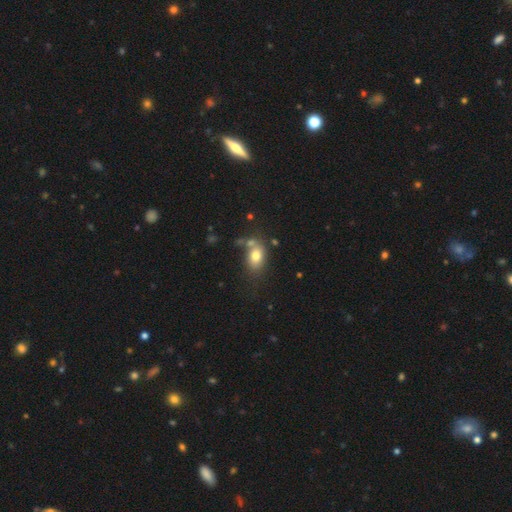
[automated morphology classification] Overall: smooth (76%). How rounded: in between (78%). Merging: none (54%; merger 19%).